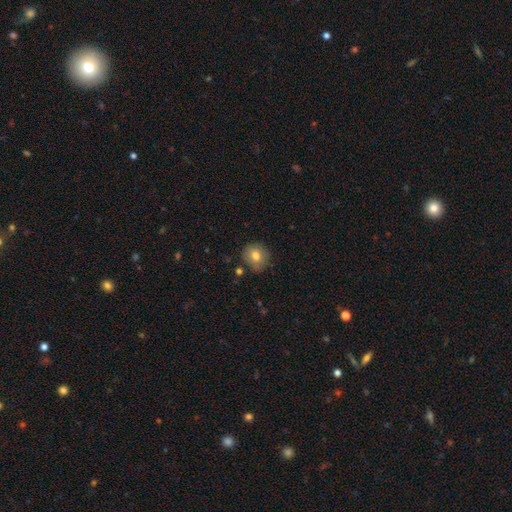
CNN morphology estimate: smooth_or_featured: smooth (p=0.77) [alt: featured or disk p=0.14]
how_rounded: round (p=0.86) [alt: in between p=0.13]
merging: none (p=0.81) [alt: minor disturbance p=0.13]